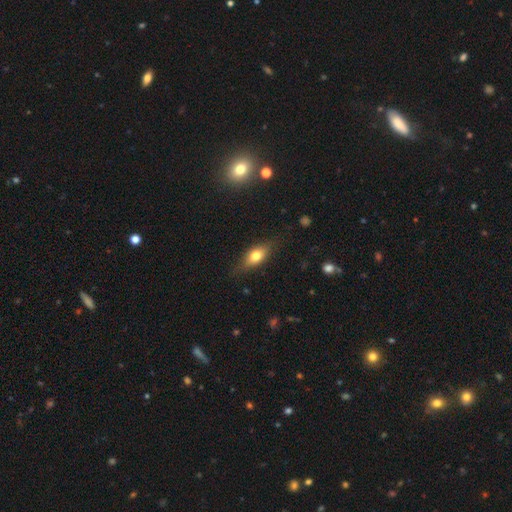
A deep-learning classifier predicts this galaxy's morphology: type=smooth (68%); roundness=in between (76%); merging=none (77%).